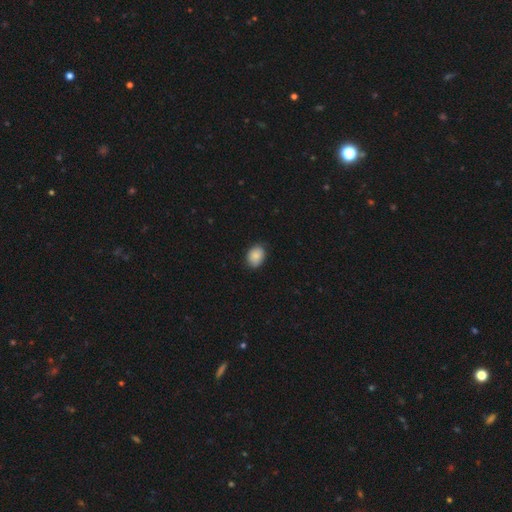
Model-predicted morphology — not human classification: Smooth or featured? Predicted: smooth (p=0.88). How rounded? Predicted: in between (p=0.69). Merging? Predicted: none (p=0.81).